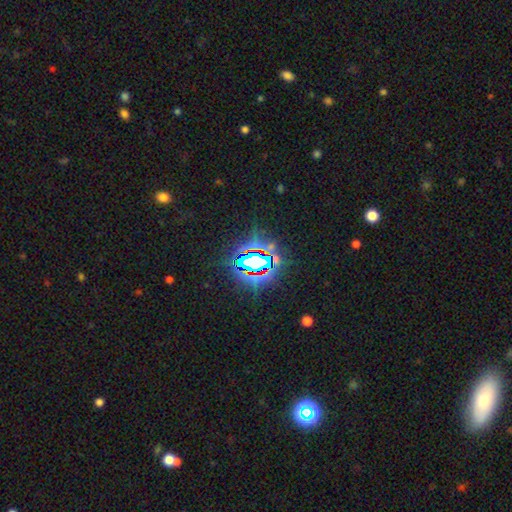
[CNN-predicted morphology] smooth_or_featured: star or artifact (p=0.78) [alt: smooth p=0.12]